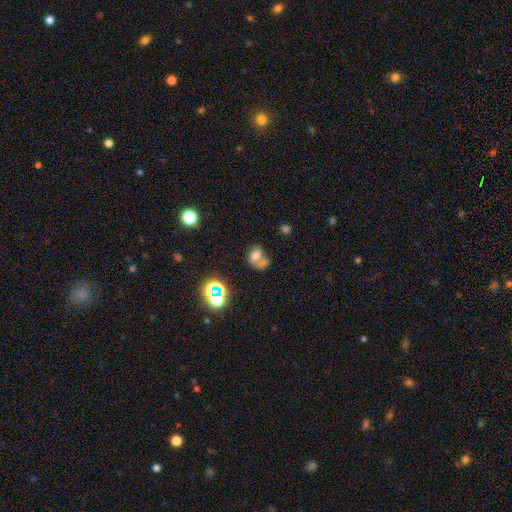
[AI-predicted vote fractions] smooth_or_featured: smooth (p=0.65) [alt: featured or disk p=0.18]
how_rounded: in between (p=0.57) [alt: round p=0.42]
merging: merger (p=0.59) [alt: none p=0.26]